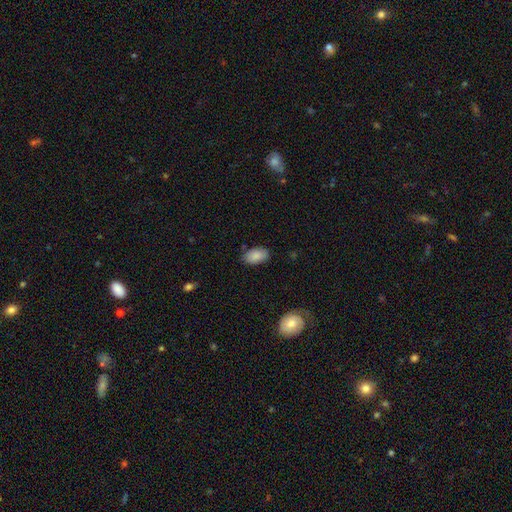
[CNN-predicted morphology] Overall: smooth (86%). How rounded: in between (93%). Merging: none (82%).